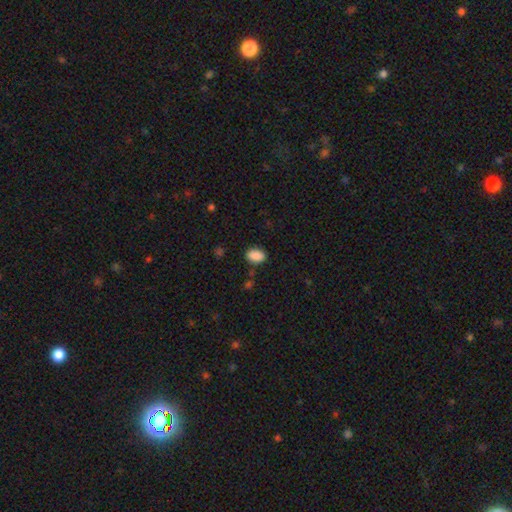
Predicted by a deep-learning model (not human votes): smooth 89%, star or artifact 8%, featured or disk 3%. Down the decision tree: how rounded — in between (86%); merging — none (83%).